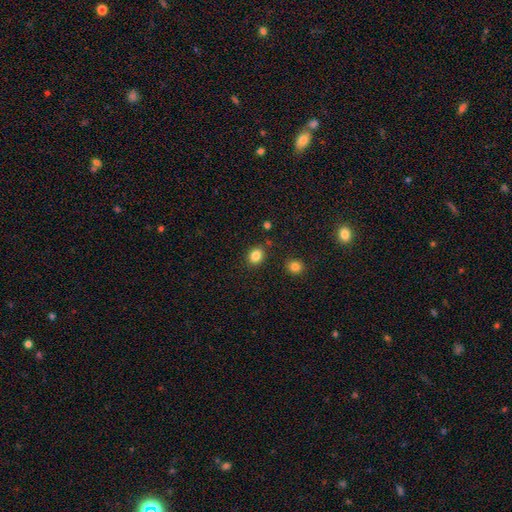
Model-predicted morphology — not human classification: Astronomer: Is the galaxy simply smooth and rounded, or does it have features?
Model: smooth — 85%.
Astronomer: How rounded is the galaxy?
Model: round — 54% (runner-up: in between, 45%).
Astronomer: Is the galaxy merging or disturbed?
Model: none — 85%.